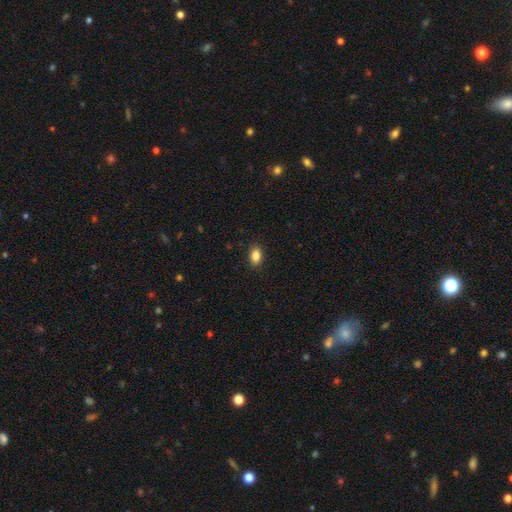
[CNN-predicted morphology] The model was most divided on "how rounded": in between: 87%, round: 11%, cigar-shaped: 2%. More confident: merging — none (89%); smooth or featured — smooth (86%).